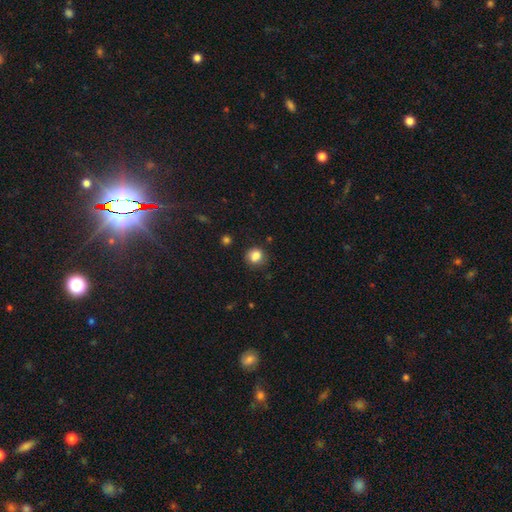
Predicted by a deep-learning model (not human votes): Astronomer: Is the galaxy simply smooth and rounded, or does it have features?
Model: smooth — 83%.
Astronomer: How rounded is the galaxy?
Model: round — 78%.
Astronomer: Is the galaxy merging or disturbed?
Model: none — 74%.